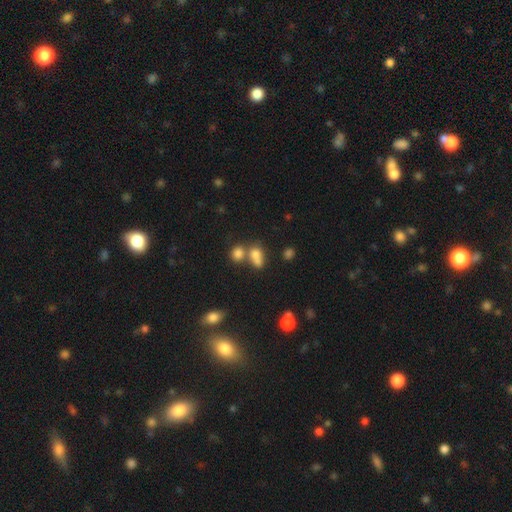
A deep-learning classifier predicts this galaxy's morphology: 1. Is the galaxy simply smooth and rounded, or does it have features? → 74% smooth, 15% star or artifact, 11% featured or disk.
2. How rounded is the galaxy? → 57% in between, 40% round, 3% cigar-shaped.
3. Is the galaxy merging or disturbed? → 49% merger, 34% none, 10% minor disturbance, 6% major disturbance.